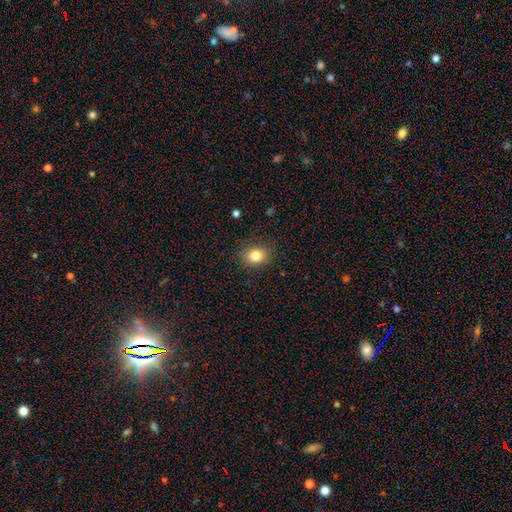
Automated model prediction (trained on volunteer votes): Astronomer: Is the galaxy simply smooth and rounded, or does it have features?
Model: smooth — 81%.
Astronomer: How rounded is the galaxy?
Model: round — 56% (runner-up: in between, 43%).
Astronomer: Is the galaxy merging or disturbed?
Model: none — 85%.